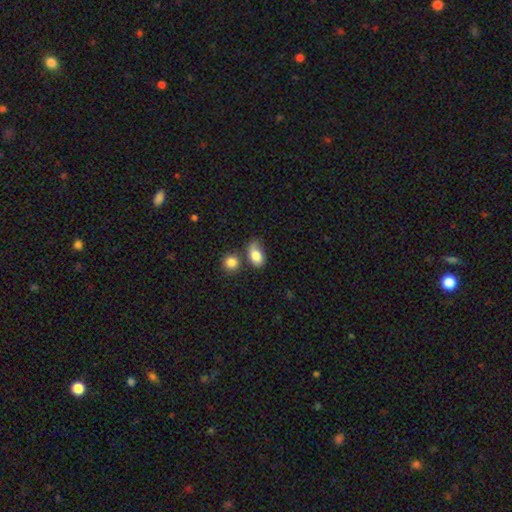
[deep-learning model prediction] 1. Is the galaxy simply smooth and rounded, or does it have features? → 82% smooth, 11% featured or disk, 8% star or artifact.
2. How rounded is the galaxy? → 84% in between, 14% round, 2% cigar-shaped.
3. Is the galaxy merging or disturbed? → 43% none, 27% minor disturbance, 19% merger, 11% major disturbance.